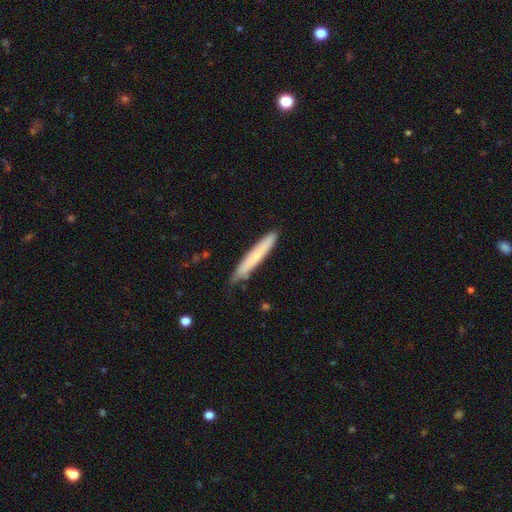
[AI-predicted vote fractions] Overall: smooth (69%). How rounded: cigar-shaped (94%). Merging: none (80%).